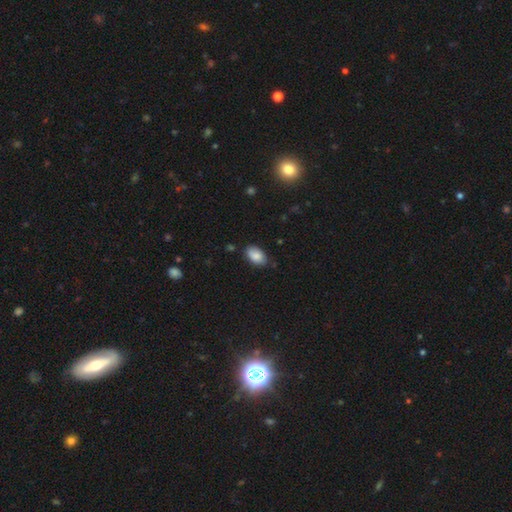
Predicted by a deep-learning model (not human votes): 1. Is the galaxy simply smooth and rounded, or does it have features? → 86% smooth, 7% star or artifact, 7% featured or disk.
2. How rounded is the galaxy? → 92% in between, 6% round, 1% cigar-shaped.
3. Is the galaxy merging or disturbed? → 78% none, 17% minor disturbance, 3% major disturbance, 2% merger.